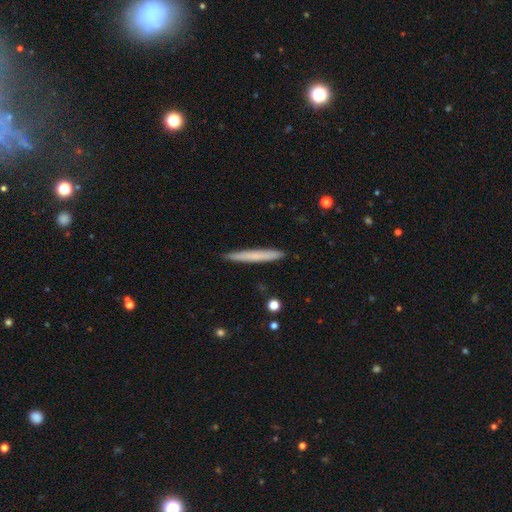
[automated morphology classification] Smooth or featured?
  - smooth: 67% *
  - featured or disk: 27%
  - star or artifact: 6%
How rounded?
  - cigar-shaped: 97% *
  - in between: 2%
  - round: 1%
Merging?
  - none: 91% *
  - minor disturbance: 7%
  - major disturbance: 1%
  - merger: 1%